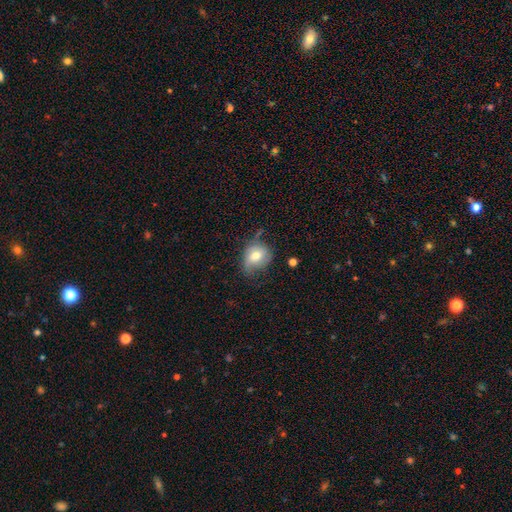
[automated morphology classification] Smooth or featured: smooth — 66% (featured or disk — 26%)
How rounded: round — 55% (in between — 43%)
Merging: none — 51% (minor disturbance — 33%)